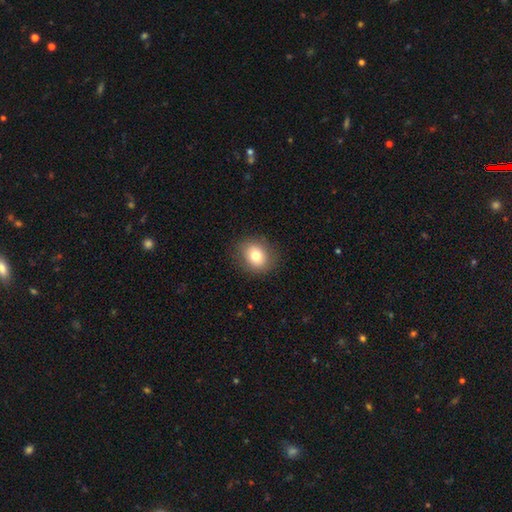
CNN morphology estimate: smooth_or_featured: smooth (p=0.77) [alt: featured or disk p=0.13]
how_rounded: round (p=0.62) [alt: in between p=0.37]
merging: none (p=0.87) [alt: minor disturbance p=0.09]